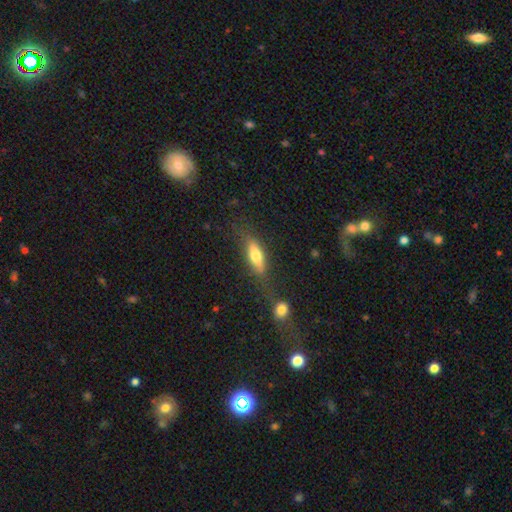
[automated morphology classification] smooth 63%, featured or disk 30%, star or artifact 7%. Down the decision tree: how rounded — in between (52%); merging — none (67%).